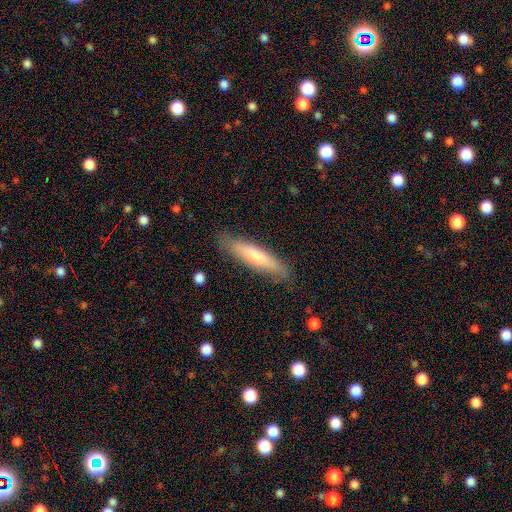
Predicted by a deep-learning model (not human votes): Q: Smooth or featured?
A: smooth (68%); runner-up: featured or disk (26%)
Q: How rounded?
A: cigar-shaped (81%); runner-up: in between (18%)
Q: Merging?
A: none (83%); runner-up: minor disturbance (13%)